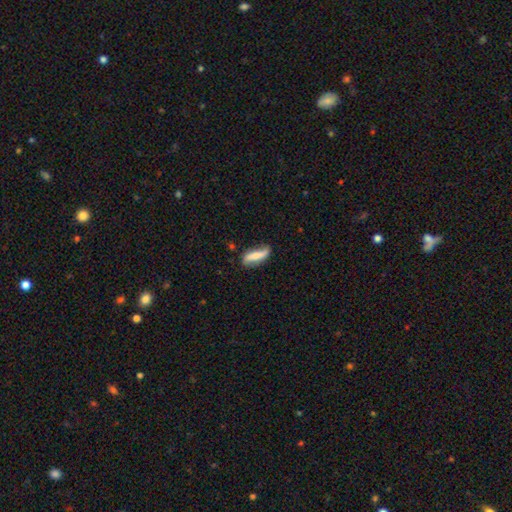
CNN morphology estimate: Q: Smooth or featured?
A: smooth (51%); runner-up: featured or disk (42%)
Q: How rounded?
A: cigar-shaped (52%); runner-up: in between (45%)
Q: Merging?
A: none (65%); runner-up: minor disturbance (25%)